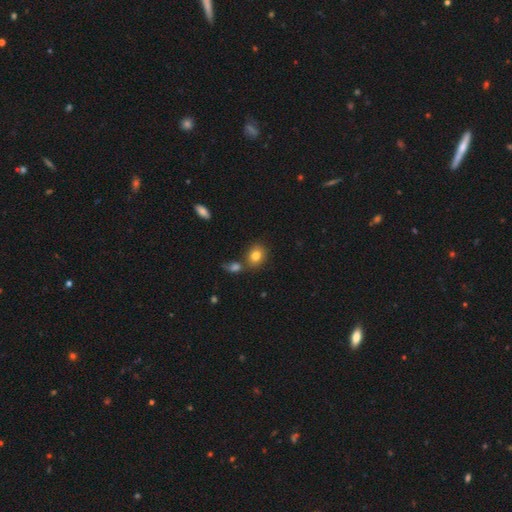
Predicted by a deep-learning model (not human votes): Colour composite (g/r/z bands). It shows a smooth galaxy with no disk features (82%) that is round (52%). Merging: none (65%).